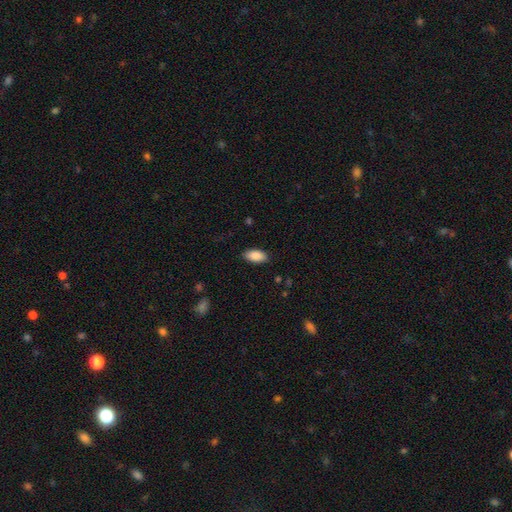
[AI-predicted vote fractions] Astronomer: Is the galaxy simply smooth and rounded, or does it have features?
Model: smooth — 88%.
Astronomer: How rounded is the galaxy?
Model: in between — 94%.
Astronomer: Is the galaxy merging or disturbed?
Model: none — 87%.